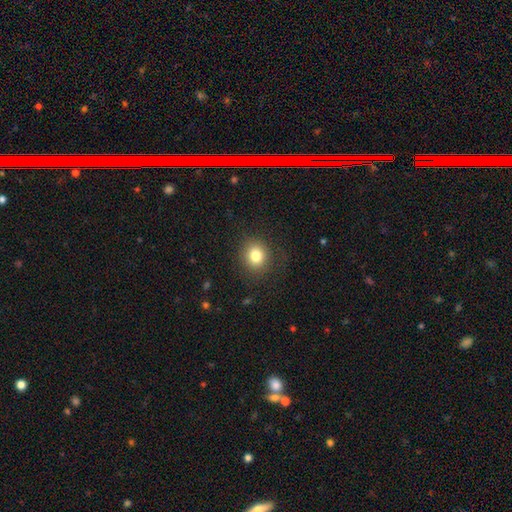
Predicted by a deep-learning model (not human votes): A smooth galaxy with no disk features (80%) that is round (83%). Merging: none (86%).